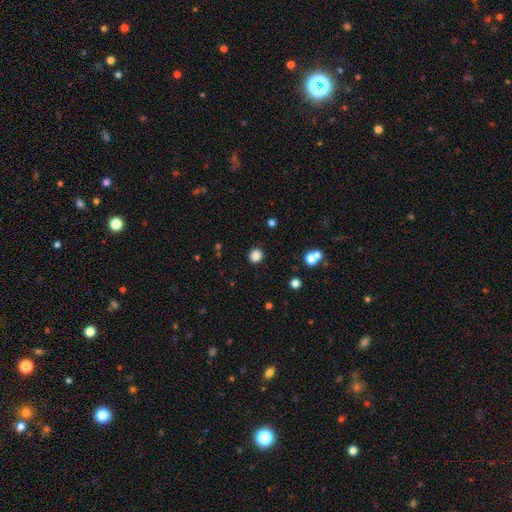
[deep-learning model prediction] smooth 85%, star or artifact 11%, featured or disk 4%. Down the decision tree: how rounded — round (87%); merging — none (90%).